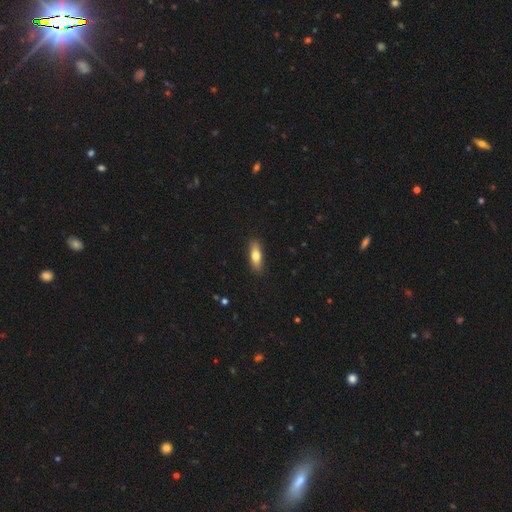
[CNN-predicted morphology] The model was most divided on "how rounded": in between: 59%, cigar-shaped: 38%, round: 3%. More confident: merging — none (88%); smooth or featured — smooth (72%).